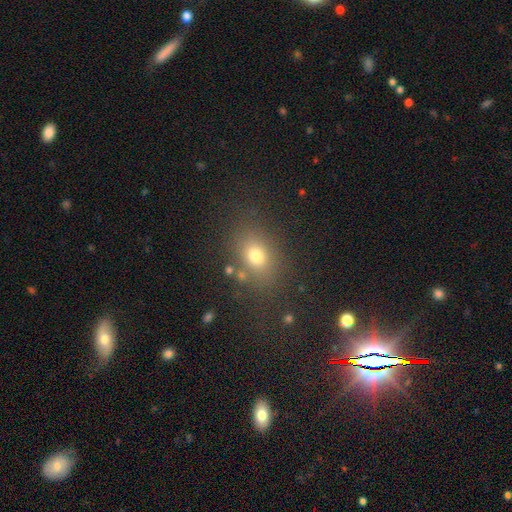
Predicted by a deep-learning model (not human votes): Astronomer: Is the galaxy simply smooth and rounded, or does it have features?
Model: smooth — 73%.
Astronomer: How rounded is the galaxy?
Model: in between — 61% (runner-up: round, 38%).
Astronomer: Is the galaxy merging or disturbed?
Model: none — 77%.